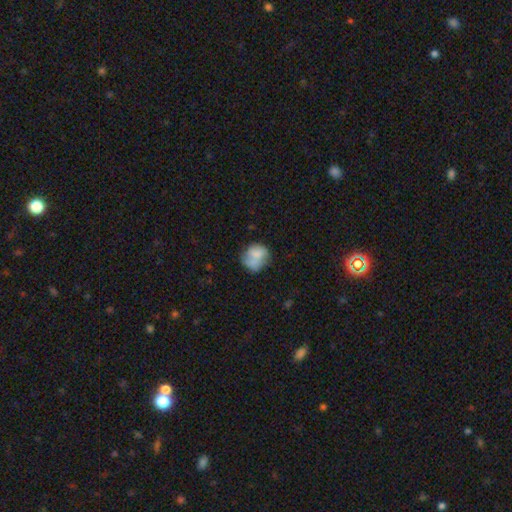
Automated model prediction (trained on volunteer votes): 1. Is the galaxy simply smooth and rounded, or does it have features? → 66% smooth, 26% featured or disk, 8% star or artifact.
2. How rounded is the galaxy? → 66% round, 33% in between, 1% cigar-shaped.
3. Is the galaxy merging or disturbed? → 38% none, 26% minor disturbance, 20% merger, 16% major disturbance.